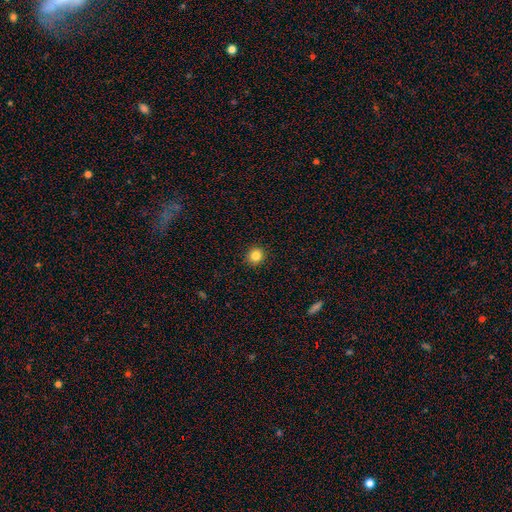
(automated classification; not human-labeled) Smooth or featured?
  - smooth: 85% *
  - star or artifact: 11%
  - featured or disk: 5%
How rounded?
  - round: 88% *
  - in between: 11%
  - cigar-shaped: 1%
Merging?
  - none: 92% *
  - minor disturbance: 5%
  - major disturbance: 2%
  - merger: 1%